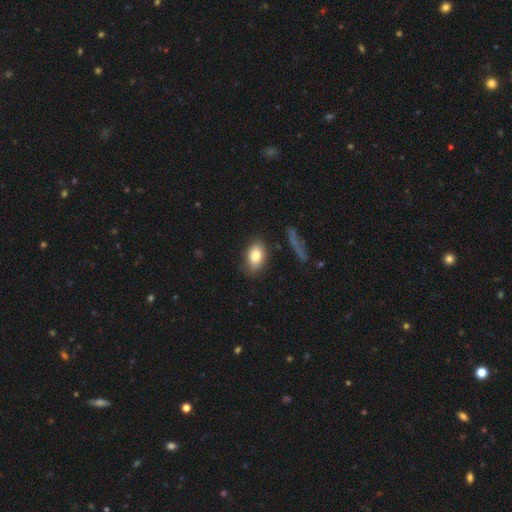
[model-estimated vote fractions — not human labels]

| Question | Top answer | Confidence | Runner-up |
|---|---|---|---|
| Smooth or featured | smooth | 79% | featured or disk (13%) |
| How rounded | in between | 86% | round (11%) |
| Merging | none | 80% | minor disturbance (14%) |